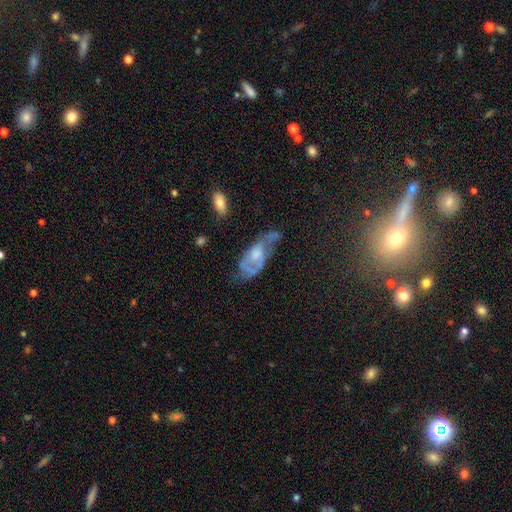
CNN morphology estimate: Smooth or featured? Predicted: featured or disk (p=0.58). Edge-on disk? Predicted: no (p=0.85). Merging? Predicted: none (p=0.33).